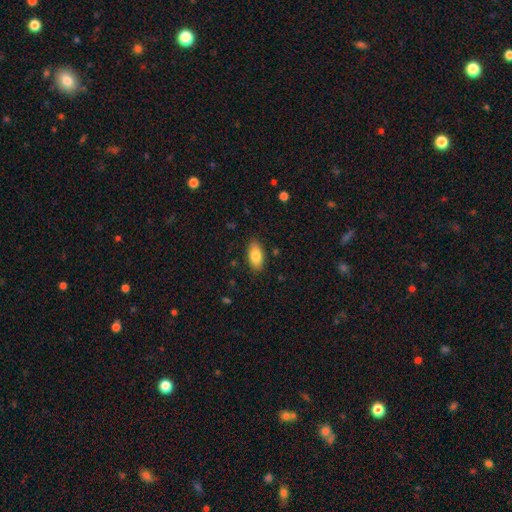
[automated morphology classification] smooth_or_featured: smooth (p=0.81) [alt: featured or disk p=0.12]
how_rounded: in between (p=0.91) [alt: cigar-shaped p=0.06]
merging: none (p=0.86) [alt: minor disturbance p=0.11]